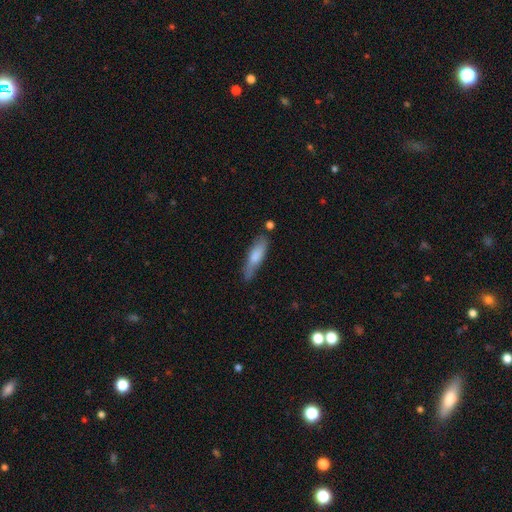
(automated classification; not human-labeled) Overall: smooth (73%). How rounded: cigar-shaped (64%; in between 34%). Merging: none (66%).